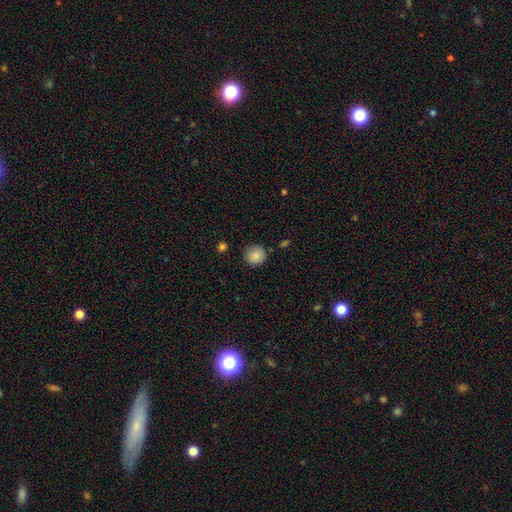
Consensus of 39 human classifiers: This is clearly a smooth galaxy (90%). How rounded: clearly round (94%). Merging: clearly none (89%).